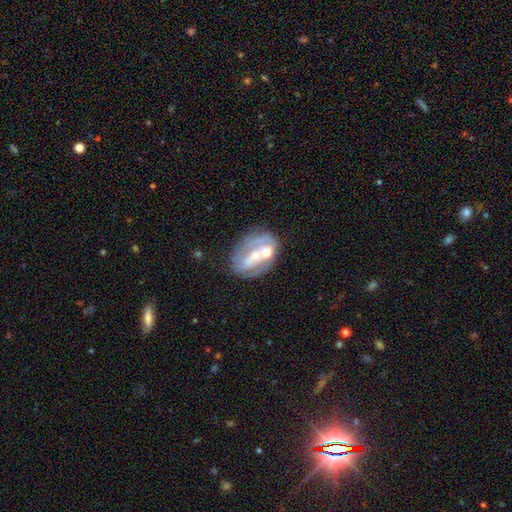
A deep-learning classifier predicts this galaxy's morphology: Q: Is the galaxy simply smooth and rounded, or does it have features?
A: featured or disk — 68%.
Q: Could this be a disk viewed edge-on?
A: no — 96%.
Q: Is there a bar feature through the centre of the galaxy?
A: no — 58%.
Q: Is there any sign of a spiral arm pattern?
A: no — 62%.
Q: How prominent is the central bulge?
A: moderate — 51%.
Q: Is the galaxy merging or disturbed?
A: merger — 37%.